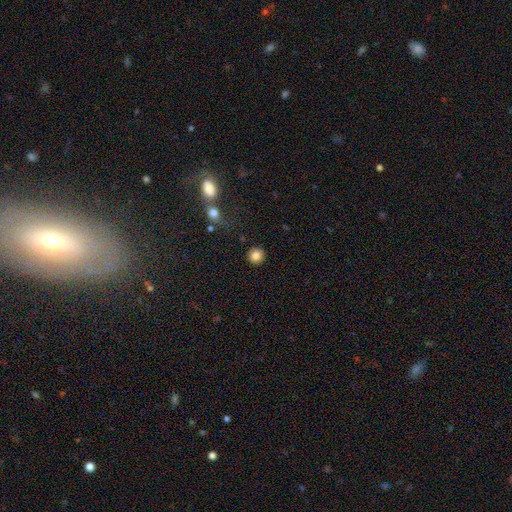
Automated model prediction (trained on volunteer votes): A smooth galaxy with no disk features (83%) that is round (94%). Merging: none (91%).